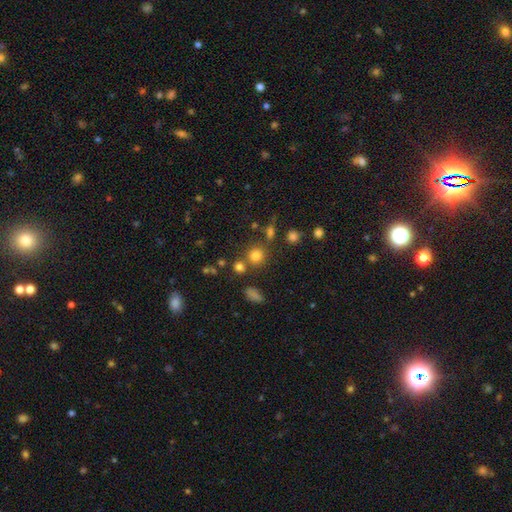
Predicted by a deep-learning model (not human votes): Q: Smooth or featured?
A: smooth (77%); runner-up: star or artifact (16%)
Q: How rounded?
A: round (87%); runner-up: in between (12%)
Q: Merging?
A: none (71%); runner-up: merger (15%)